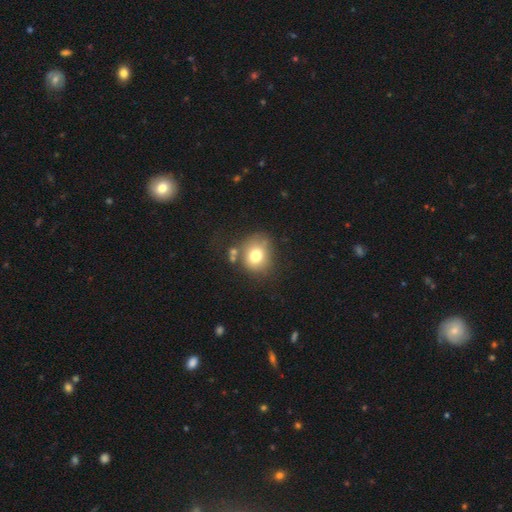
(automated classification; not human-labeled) This is likely a smooth galaxy (74%). How rounded: likely round (75%). Merging: likely none (65%).